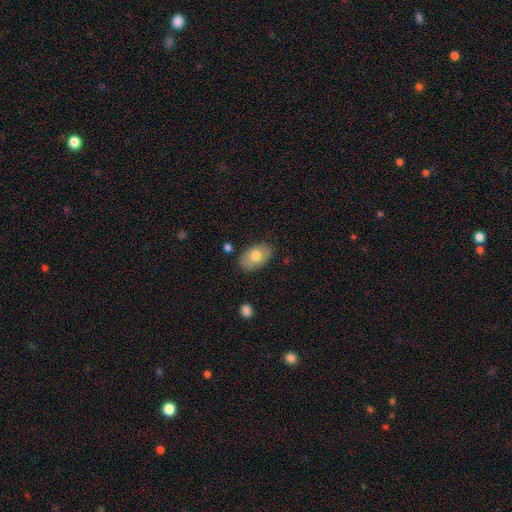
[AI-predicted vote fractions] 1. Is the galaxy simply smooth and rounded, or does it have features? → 74% smooth, 19% featured or disk, 7% star or artifact.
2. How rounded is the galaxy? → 90% in between, 8% round, 1% cigar-shaped.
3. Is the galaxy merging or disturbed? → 82% none, 13% minor disturbance, 3% major disturbance, 2% merger.